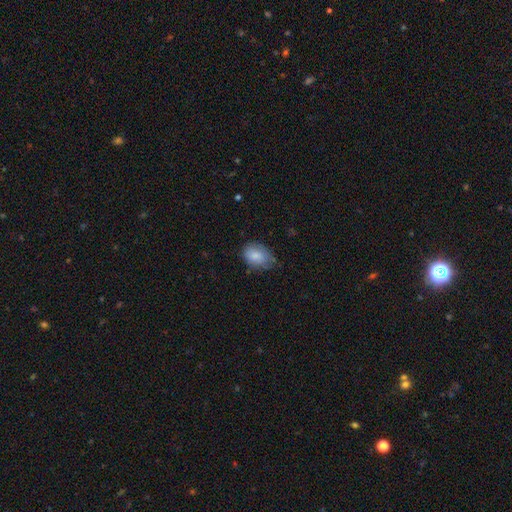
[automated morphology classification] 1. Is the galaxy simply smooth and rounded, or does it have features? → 84% smooth, 9% featured or disk, 7% star or artifact.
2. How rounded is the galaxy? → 77% in between, 22% round, 1% cigar-shaped.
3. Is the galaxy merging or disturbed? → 62% none, 30% minor disturbance, 7% major disturbance, 2% merger.